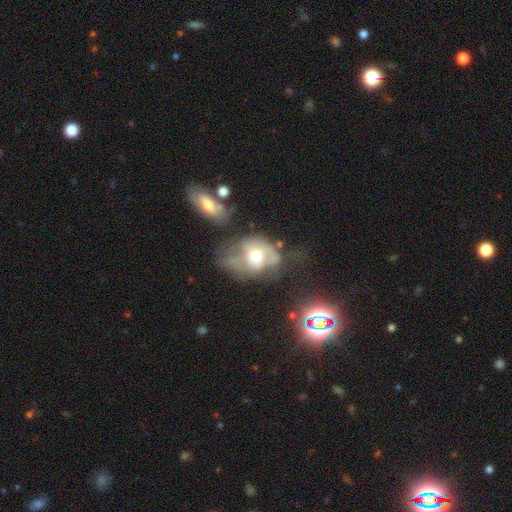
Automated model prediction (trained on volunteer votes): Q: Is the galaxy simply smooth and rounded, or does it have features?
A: featured or disk — 49%.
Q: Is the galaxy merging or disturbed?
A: major disturbance — 41%.